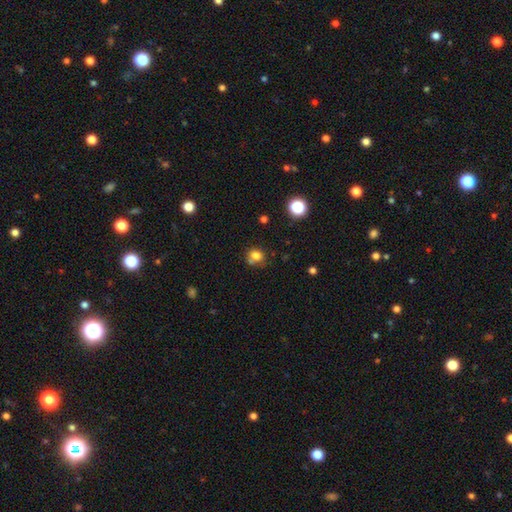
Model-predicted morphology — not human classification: This appears to be a smooth galaxy with no disk features (78%) that is round (68%). Merging: none (61%).